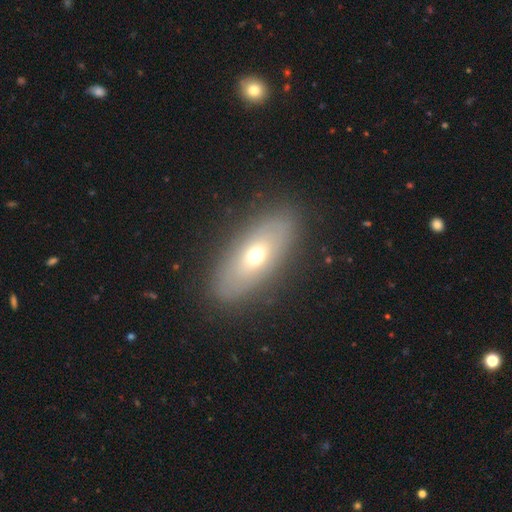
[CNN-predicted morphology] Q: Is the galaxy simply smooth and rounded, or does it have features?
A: smooth — 52%.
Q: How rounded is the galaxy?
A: in between — 78%.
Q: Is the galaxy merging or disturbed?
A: none — 87%.